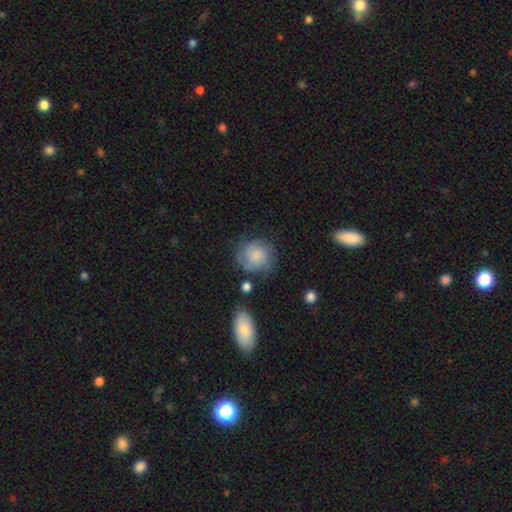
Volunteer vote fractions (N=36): Smooth or featured? 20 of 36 (56%) said smooth. How rounded? 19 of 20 (95%) said round. Merging? 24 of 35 (69%) said none.